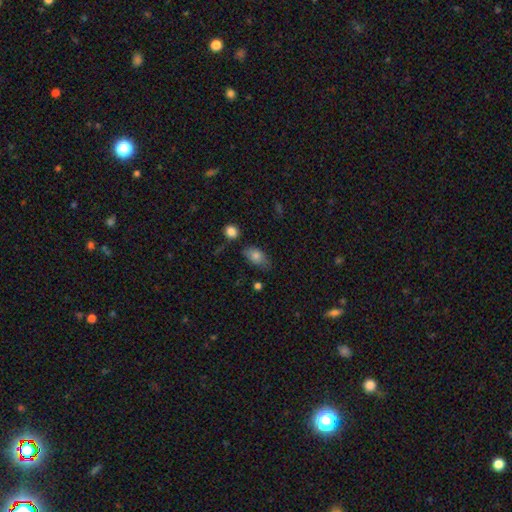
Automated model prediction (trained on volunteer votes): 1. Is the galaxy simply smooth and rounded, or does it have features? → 78% smooth, 13% featured or disk, 8% star or artifact.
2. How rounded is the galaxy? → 89% in between, 8% round, 3% cigar-shaped.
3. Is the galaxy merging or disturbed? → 64% none, 26% minor disturbance, 6% major disturbance, 4% merger.